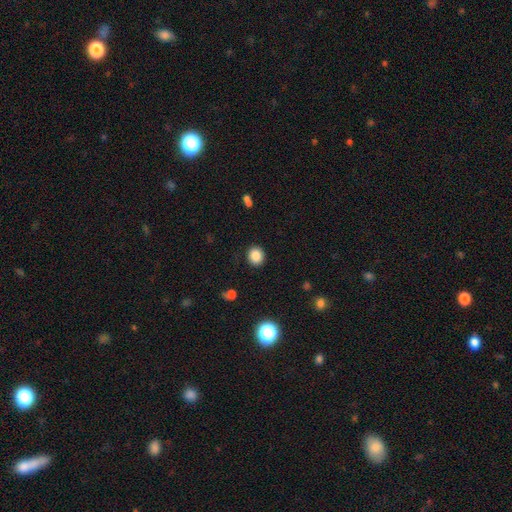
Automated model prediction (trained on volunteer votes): A smooth galaxy with no disk features (86%) that is round (79%). Merging: none (90%).